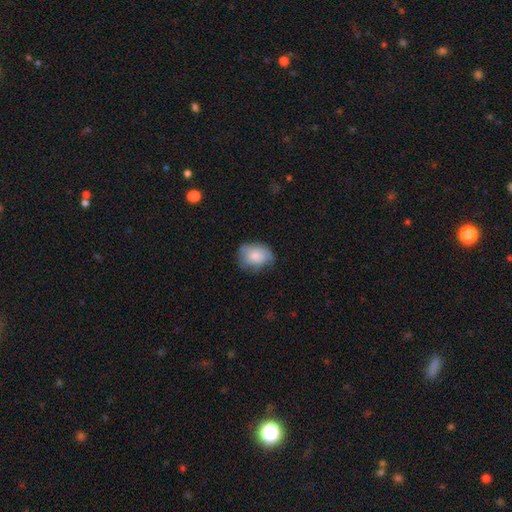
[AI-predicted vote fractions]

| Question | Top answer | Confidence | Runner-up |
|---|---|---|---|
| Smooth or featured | smooth | 71% | featured or disk (22%) |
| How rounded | in between | 57% | round (42%) |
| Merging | none | 53% | minor disturbance (33%) |